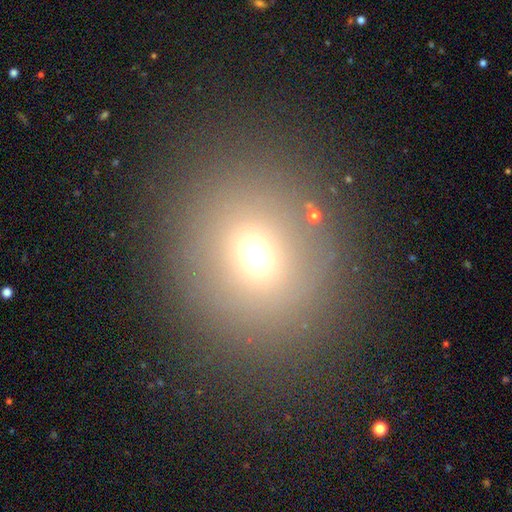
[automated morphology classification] Q: Smooth or featured?
A: smooth (67%); runner-up: star or artifact (22%)
Q: How rounded?
A: round (80%); runner-up: in between (19%)
Q: Merging?
A: none (84%); runner-up: minor disturbance (8%)